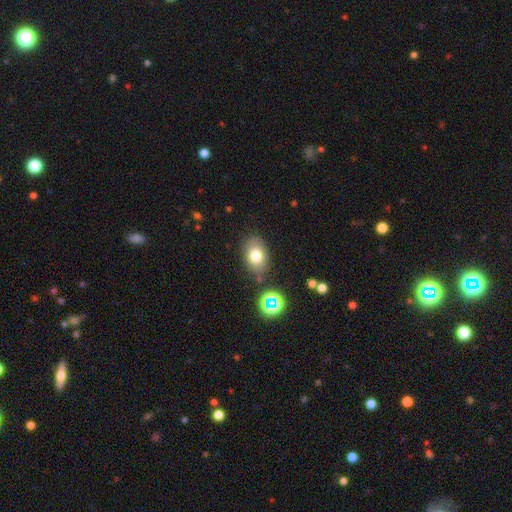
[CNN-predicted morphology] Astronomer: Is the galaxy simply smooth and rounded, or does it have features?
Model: smooth — 76%.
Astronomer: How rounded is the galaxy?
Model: in between — 81%.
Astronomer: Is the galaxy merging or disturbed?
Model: none — 80%.